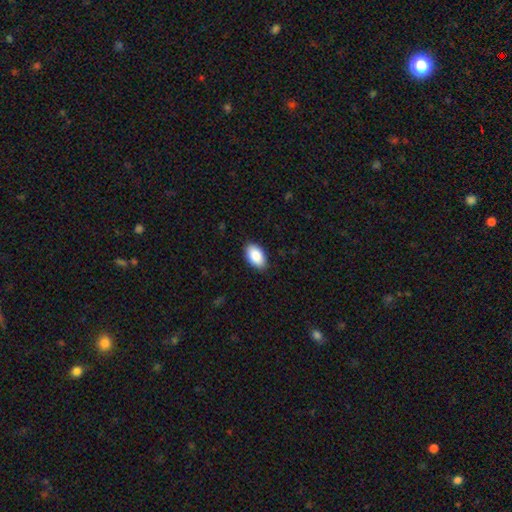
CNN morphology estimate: A smooth galaxy with no disk features (89%) that is in between round and cigar-shaped (94%).

Vote fractions:
- Smooth or featured? smooth: 89% / star or artifact: 6% / featured or disk: 5%
- How rounded? in between: 94% / round: 4% / cigar-shaped: 1%
- Merging? none: 88% / minor disturbance: 9% / major disturbance: 2% / merger: 1%